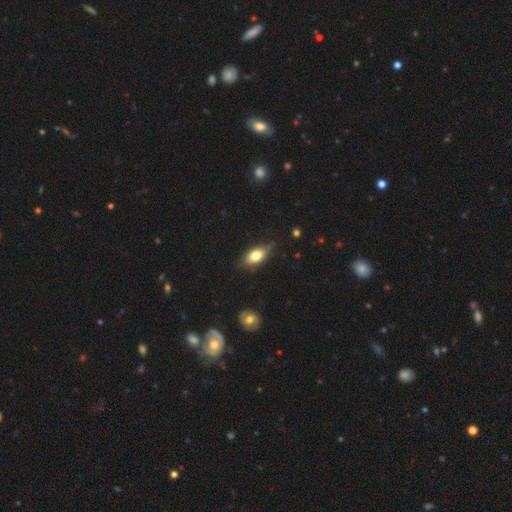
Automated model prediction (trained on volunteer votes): smooth_or_featured: smooth (p=0.72) [alt: featured or disk p=0.20]
how_rounded: in between (p=0.85) [alt: cigar-shaped p=0.10]
merging: none (p=0.73) [alt: minor disturbance p=0.22]